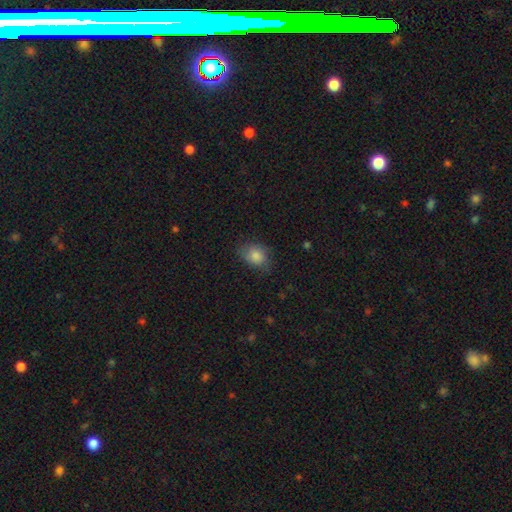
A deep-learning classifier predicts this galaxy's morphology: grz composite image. It shows a smooth galaxy with no disk features (78%) that is in between round and cigar-shaped (66%). Merging: none (68%).